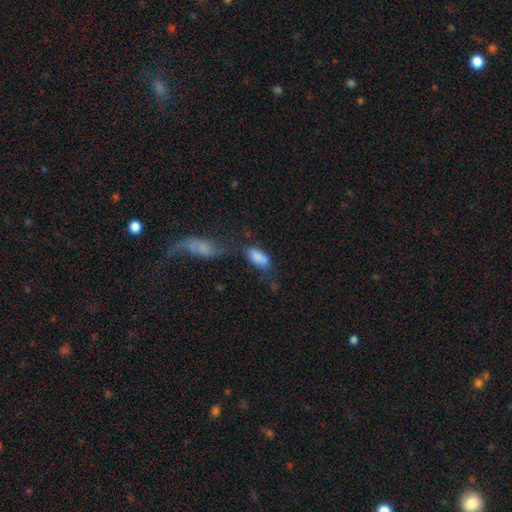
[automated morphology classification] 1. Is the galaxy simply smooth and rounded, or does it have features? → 81% smooth, 11% featured or disk, 9% star or artifact.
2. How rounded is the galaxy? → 88% in between, 9% cigar-shaped, 3% round.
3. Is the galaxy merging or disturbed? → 35% none, 26% minor disturbance, 21% merger, 18% major disturbance.